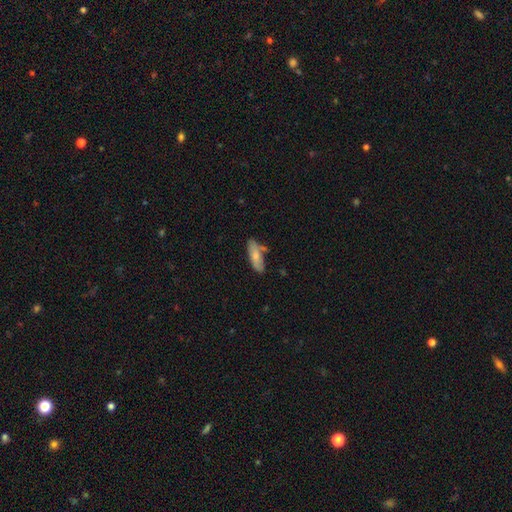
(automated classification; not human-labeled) This is likely a smooth galaxy (71%). How rounded: likely in between (62%). Merging: likely none (68%).